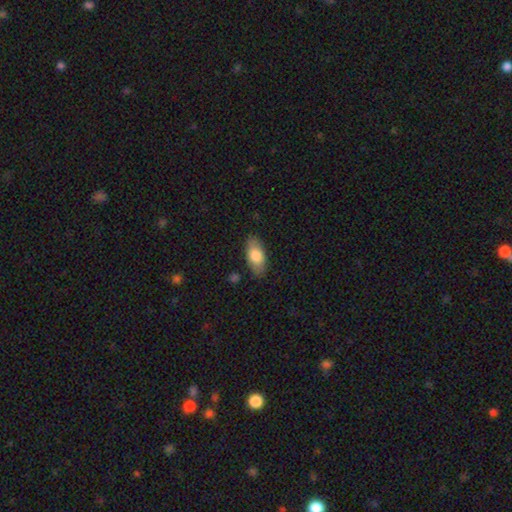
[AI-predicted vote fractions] smooth_or_featured: smooth (p=0.77) [alt: featured or disk p=0.17]
how_rounded: in between (p=0.90) [alt: cigar-shaped p=0.07]
merging: none (p=0.83) [alt: minor disturbance p=0.12]